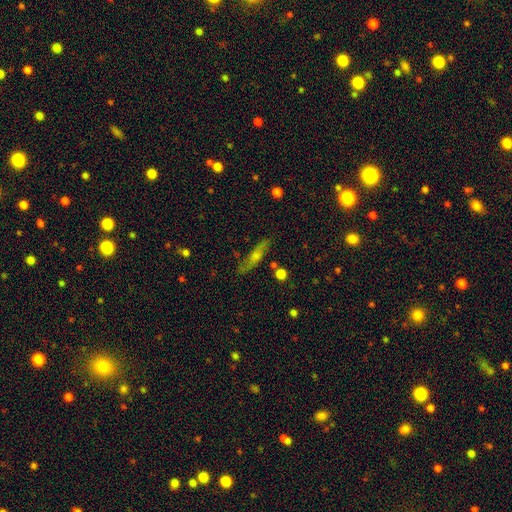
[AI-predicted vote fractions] Smooth or featured?
  - featured or disk: 49% *
  - smooth: 38%
  - star or artifact: 13%
Merging?
  - none: 77% *
  - minor disturbance: 15%
  - major disturbance: 5%
  - merger: 3%